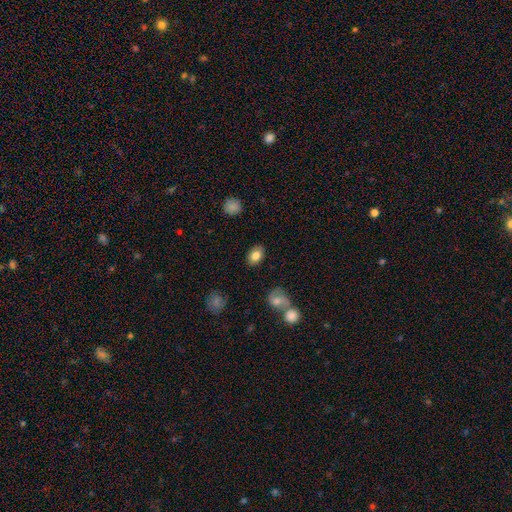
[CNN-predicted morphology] Smooth or featured? Predicted: smooth (p=0.81). How rounded? Predicted: in between (p=0.80). Merging? Predicted: none (p=0.87).